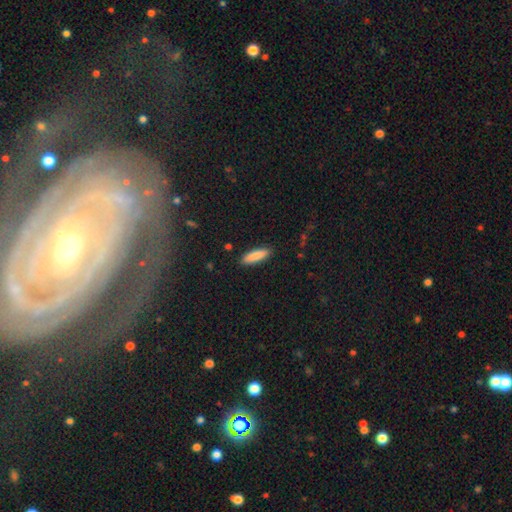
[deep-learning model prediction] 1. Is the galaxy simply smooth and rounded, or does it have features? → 86% smooth, 8% featured or disk, 6% star or artifact.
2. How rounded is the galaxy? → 54% cigar-shaped, 45% in between, 2% round.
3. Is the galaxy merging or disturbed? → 89% none, 8% minor disturbance, 2% major disturbance, 1% merger.